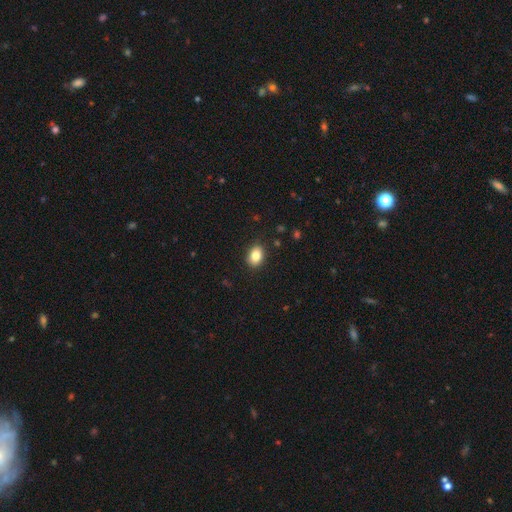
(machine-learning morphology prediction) The model was most divided on "how rounded": in between: 69%, round: 30%, cigar-shaped: 1%. More confident: merging — none (88%); smooth or featured — smooth (85%).